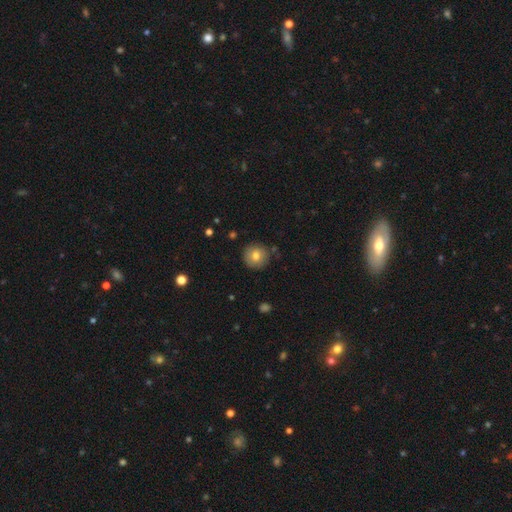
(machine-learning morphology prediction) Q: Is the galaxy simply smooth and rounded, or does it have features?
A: smooth — 76%.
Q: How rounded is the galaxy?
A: round — 94%.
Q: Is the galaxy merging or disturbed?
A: none — 87%.